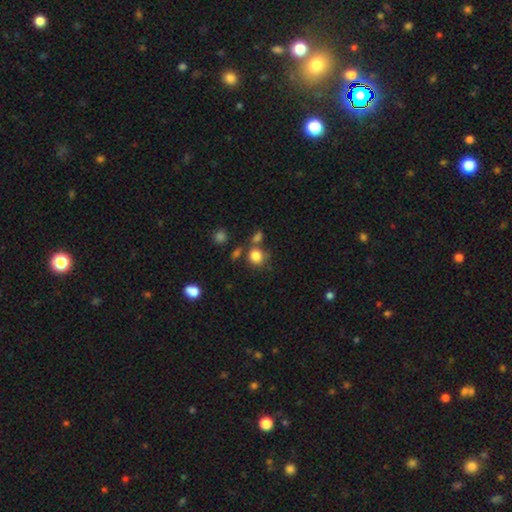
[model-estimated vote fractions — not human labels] Smooth or featured?
  - smooth: 82% *
  - star or artifact: 12%
  - featured or disk: 6%
How rounded?
  - round: 76% *
  - in between: 23%
  - cigar-shaped: 1%
Merging?
  - none: 63% *
  - merger: 18%
  - minor disturbance: 14%
  - major disturbance: 5%